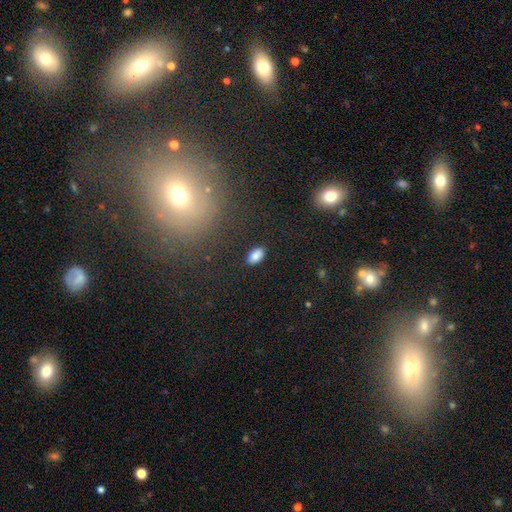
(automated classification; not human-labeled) smooth_or_featured: smooth (p=0.85) [alt: star or artifact p=0.09]
how_rounded: in between (p=0.93) [alt: round p=0.05]
merging: none (p=0.87) [alt: minor disturbance p=0.09]